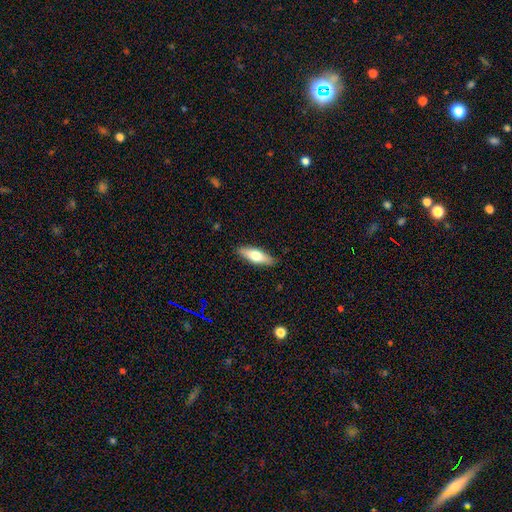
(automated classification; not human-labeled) This is likely a smooth galaxy (60%). How rounded: possibly in between (54%). Merging: clearly none (88%).